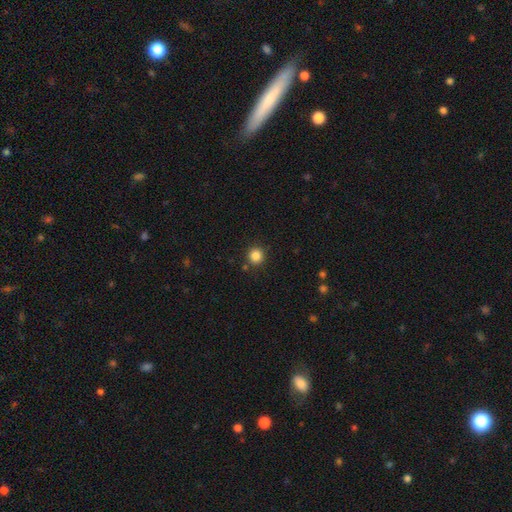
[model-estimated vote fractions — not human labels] Smooth or featured? smooth (85%)
How rounded? round (93%)
Merging? none (88%)